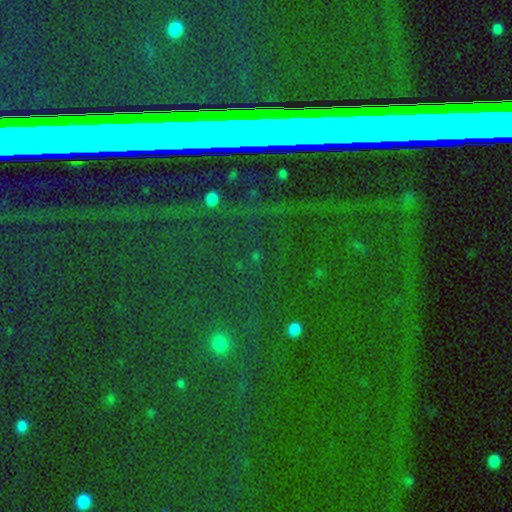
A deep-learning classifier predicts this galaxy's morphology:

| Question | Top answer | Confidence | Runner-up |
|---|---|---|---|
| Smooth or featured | star or artifact | 77% | smooth (13%) |